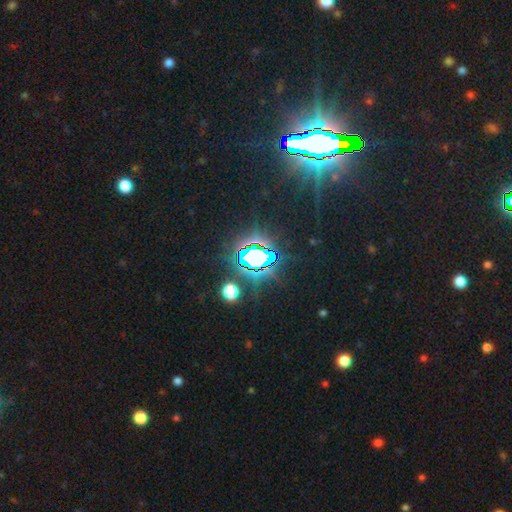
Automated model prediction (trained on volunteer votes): This appears to be a star or artifact, not a galaxy (79%).